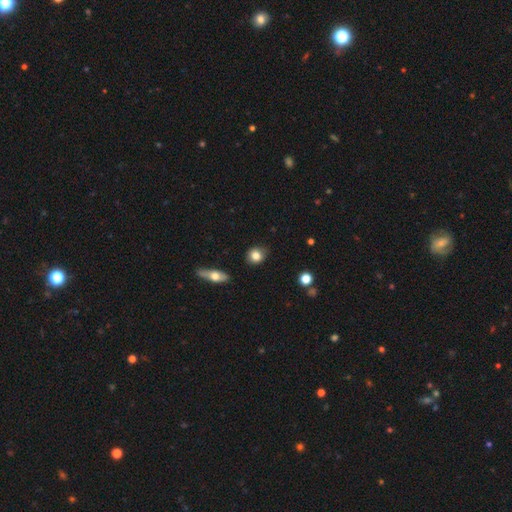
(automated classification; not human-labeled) Smooth or featured?
  - smooth: 81% *
  - featured or disk: 10%
  - star or artifact: 9%
How rounded?
  - round: 70% *
  - in between: 28%
  - cigar-shaped: 2%
Merging?
  - none: 85% *
  - minor disturbance: 11%
  - major disturbance: 2%
  - merger: 2%